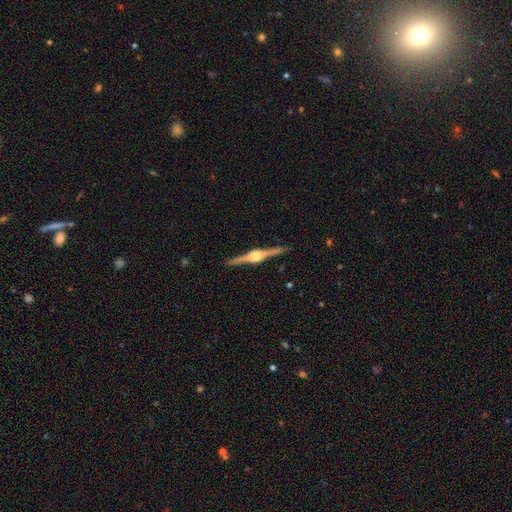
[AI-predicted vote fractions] This is clearly a featured or disk galaxy (89%). It is clearly viewed edge-on (99%). Edge-on bulge: clearly rounded (91%). Merging: clearly none (92%).